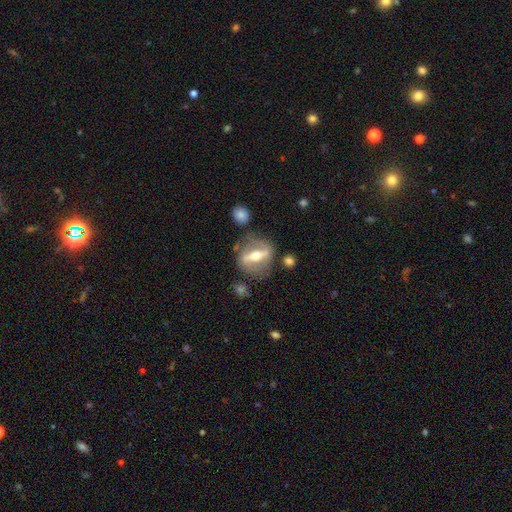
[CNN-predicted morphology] Q: Smooth or featured?
A: featured or disk (74%); runner-up: smooth (19%)
Q: Edge-on disk?
A: no (61%); runner-up: yes (39%)
Q: Merging?
A: none (74%); runner-up: minor disturbance (13%)